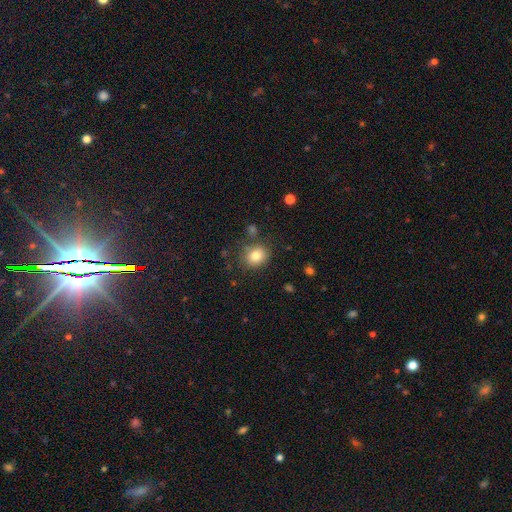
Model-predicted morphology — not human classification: smooth_or_featured: smooth (p=0.81) [alt: star or artifact p=0.11]
how_rounded: round (p=0.68) [alt: in between p=0.31]
merging: none (p=0.79) [alt: minor disturbance p=0.12]